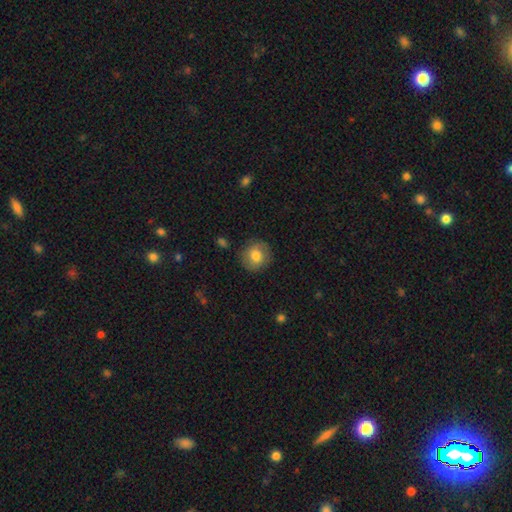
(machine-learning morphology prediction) smooth-or-featured: smooth: 77% | featured or disk: 15% | star or artifact: 8%
  how-rounded: round: 88% | in between: 11% | cigar-shaped: 1%
  merging: none: 85% | minor disturbance: 11% | major disturbance: 3% | merger: 1%